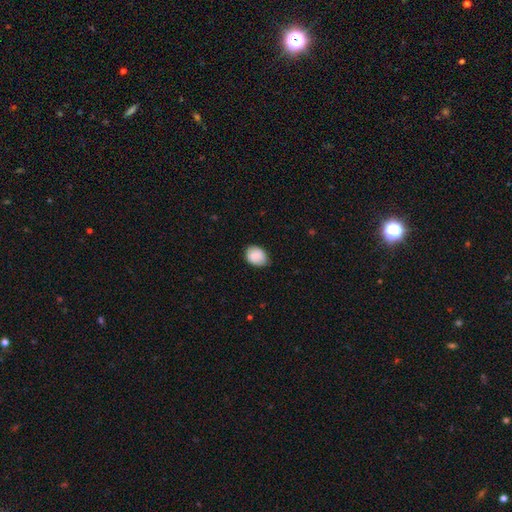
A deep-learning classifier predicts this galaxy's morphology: Q: Smooth or featured?
A: smooth (85%); runner-up: star or artifact (7%)
Q: How rounded?
A: in between (62%); runner-up: round (37%)
Q: Merging?
A: none (69%); runner-up: minor disturbance (26%)